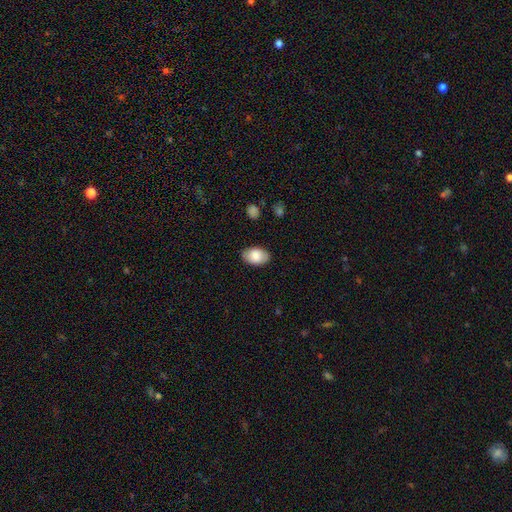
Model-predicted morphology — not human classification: Overall: smooth (84%). How rounded: in between (91%). Merging: none (86%).